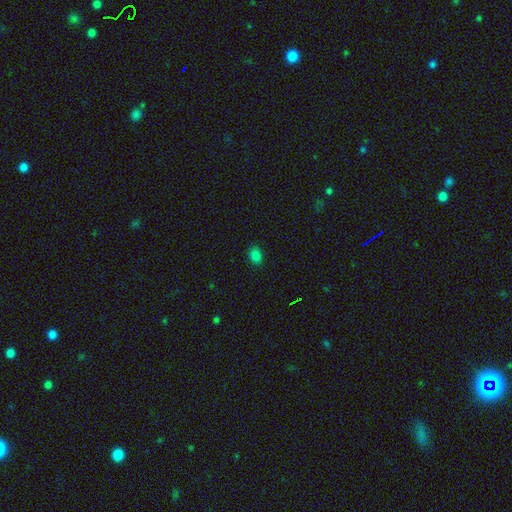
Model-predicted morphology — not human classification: The model was most divided on "how rounded": in between: 78%, round: 21%, cigar-shaped: 1%. More confident: merging — none (87%); smooth or featured — smooth (81%).